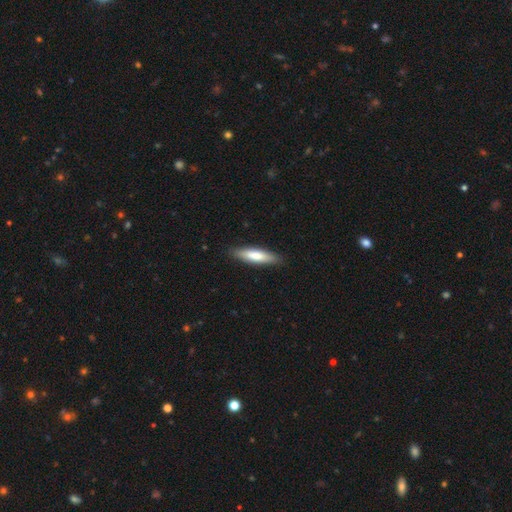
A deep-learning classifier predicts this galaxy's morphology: The model was most divided on "how rounded": cigar-shaped: 72%, in between: 27%, round: 1%. More confident: merging — none (88%); smooth or featured — smooth (72%).